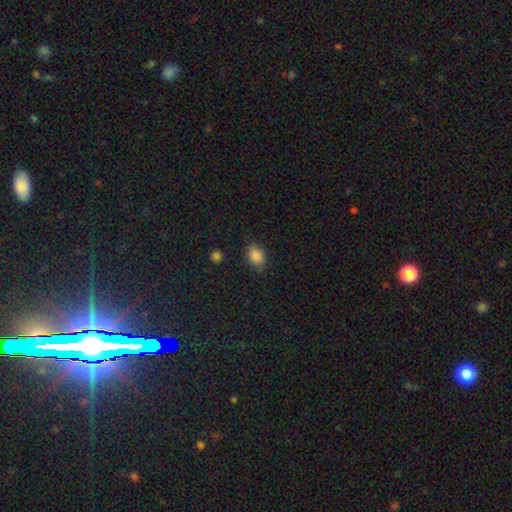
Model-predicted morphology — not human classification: Smooth or featured: smooth — 85% (star or artifact — 10%)
How rounded: in between — 58% (round — 40%)
Merging: none — 77% (minor disturbance — 17%)